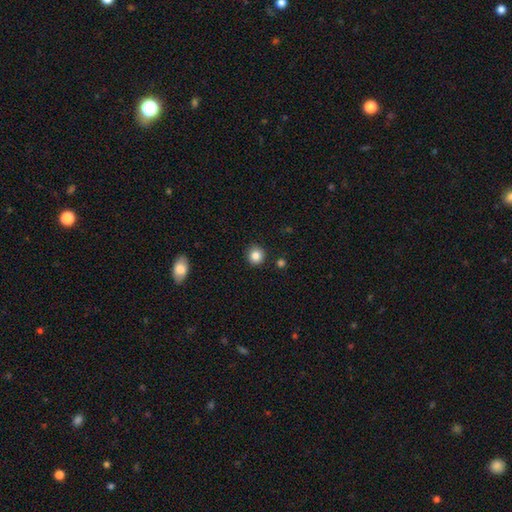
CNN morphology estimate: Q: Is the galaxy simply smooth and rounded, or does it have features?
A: smooth — 85%.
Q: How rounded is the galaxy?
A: round — 92%.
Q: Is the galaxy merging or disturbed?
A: none — 90%.